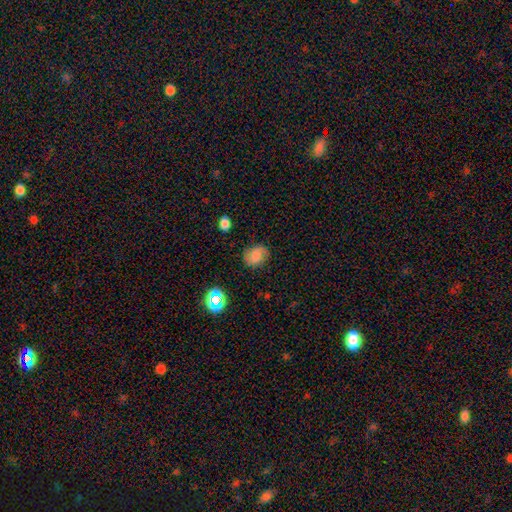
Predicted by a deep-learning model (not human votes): Smooth or featured?
  - smooth: 62% *
  - featured or disk: 25%
  - star or artifact: 13%
How rounded?
  - round: 56% *
  - in between: 43%
  - cigar-shaped: 1%
Merging?
  - none: 75% *
  - minor disturbance: 18%
  - major disturbance: 5%
  - merger: 2%